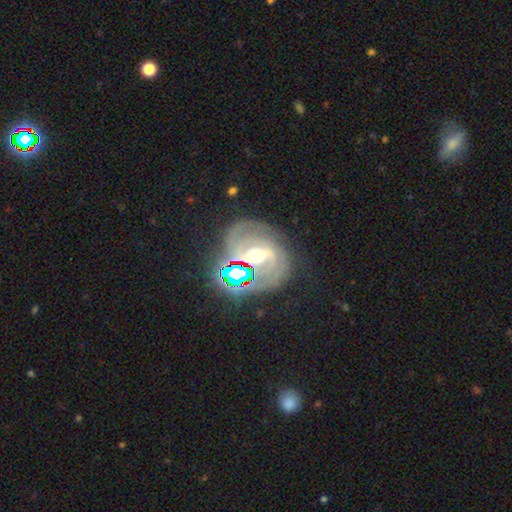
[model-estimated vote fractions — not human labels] A featured or disk galaxy (74%) with a strong bar (42%), 2 (72%) medium (46%) spiral arms (90%) and a moderate central bulge (71%). Merging: none (69%).